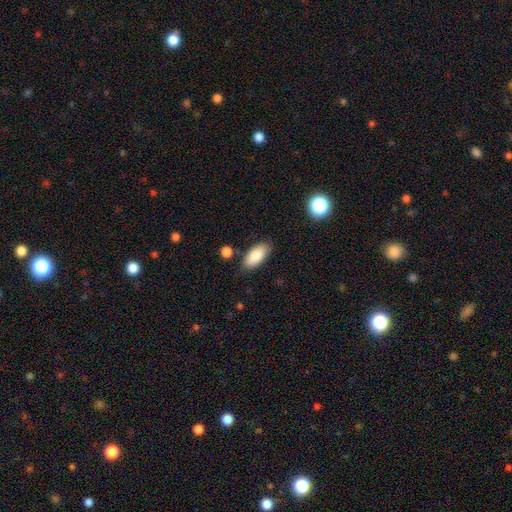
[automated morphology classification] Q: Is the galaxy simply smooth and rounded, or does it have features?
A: smooth — 85%.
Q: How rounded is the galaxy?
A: in between — 91%.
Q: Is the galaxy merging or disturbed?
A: none — 83%.